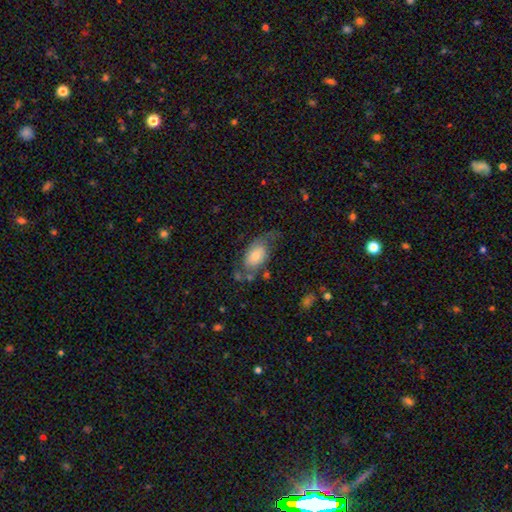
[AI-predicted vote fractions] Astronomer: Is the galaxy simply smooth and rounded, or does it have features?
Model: smooth — 50% (runner-up: featured or disk, 42%).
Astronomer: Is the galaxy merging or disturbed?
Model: none — 48% (runner-up: minor disturbance, 26%).